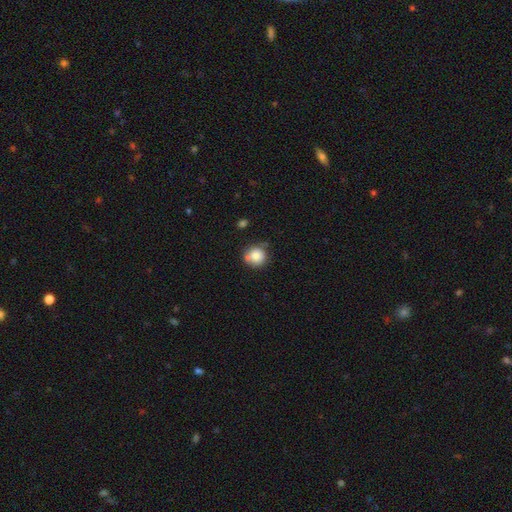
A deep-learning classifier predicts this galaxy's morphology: smooth 80%, featured or disk 11%, star or artifact 9%. Down the decision tree: how rounded — round (90%); merging — none (61%).